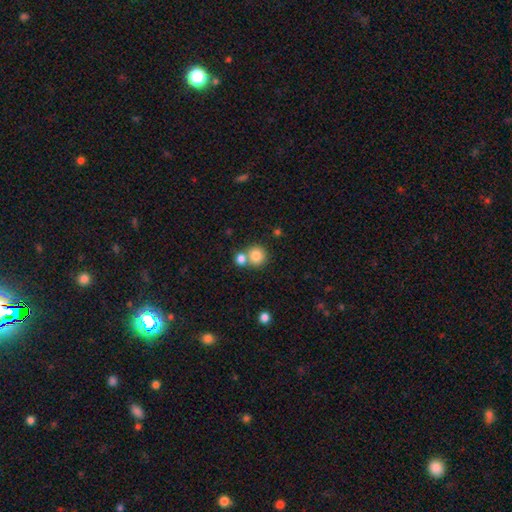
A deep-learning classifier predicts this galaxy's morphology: The model was most divided on "merging": none: 54%, merger: 36%, minor disturbance: 7%, major disturbance: 3%. More confident: how rounded — round (89%); smooth or featured — smooth (82%).